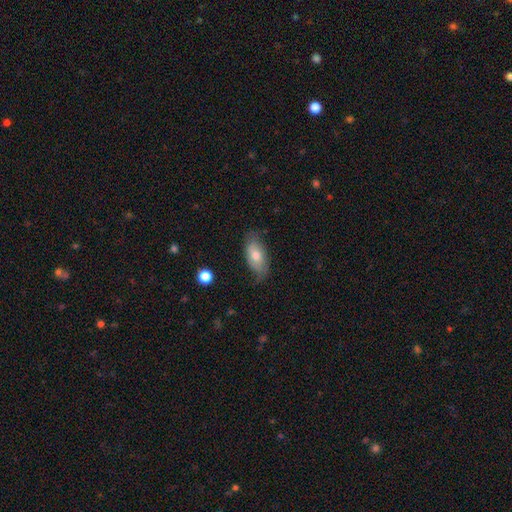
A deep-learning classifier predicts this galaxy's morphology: Smooth or featured?
  - smooth: 66% *
  - featured or disk: 28%
  - star or artifact: 7%
How rounded?
  - in between: 91% *
  - cigar-shaped: 5%
  - round: 4%
Merging?
  - none: 67% *
  - minor disturbance: 25%
  - major disturbance: 6%
  - merger: 1%